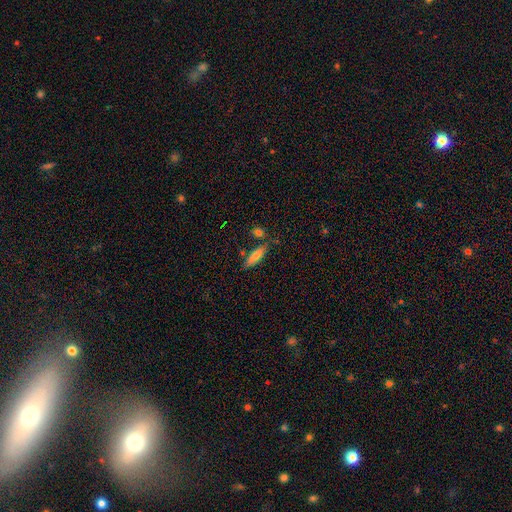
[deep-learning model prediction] smooth_or_featured: smooth (p=0.74) [alt: featured or disk p=0.19]
how_rounded: cigar-shaped (p=0.59) [alt: in between p=0.39]
merging: none (p=0.74) [alt: minor disturbance p=0.15]